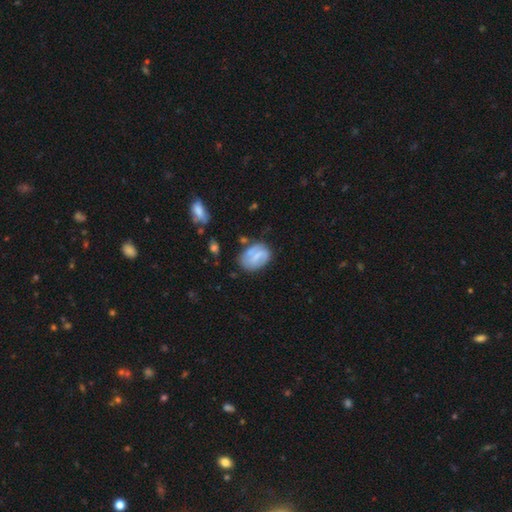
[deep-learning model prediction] A smooth galaxy with no disk features (48%). Merging: none (59%).